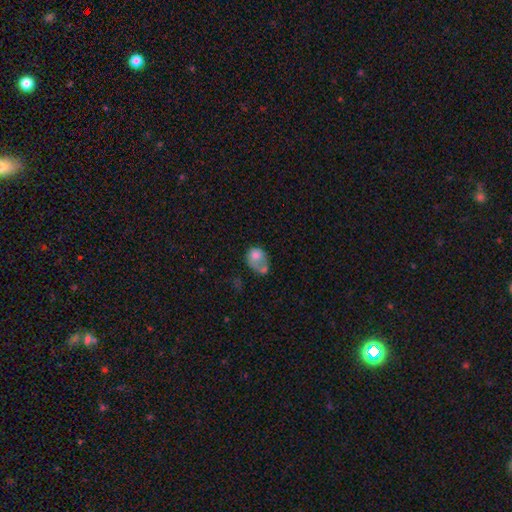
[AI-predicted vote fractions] A smooth galaxy with no disk features (65%) that is in between round and cigar-shaped (59%). Merging: merger (32%).